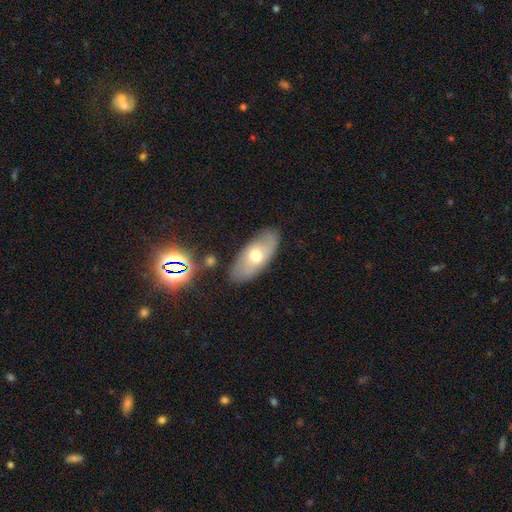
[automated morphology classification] A smooth galaxy with no disk features (55%) that is in between round and cigar-shaped (88%). Merging: none (81%).